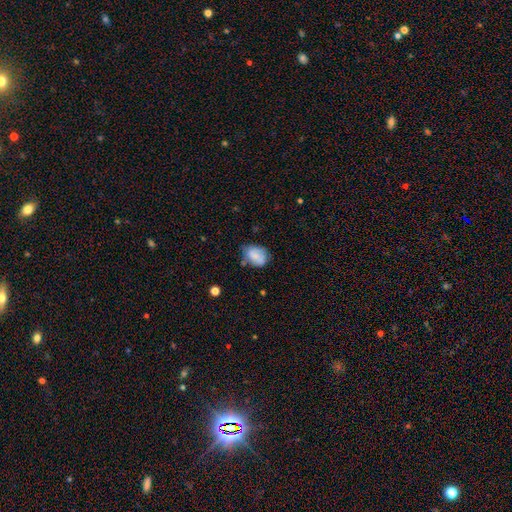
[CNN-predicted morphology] Smooth or featured?
  - smooth: 76% *
  - featured or disk: 16%
  - star or artifact: 8%
How rounded?
  - in between: 68% *
  - round: 31%
  - cigar-shaped: 1%
Merging?
  - none: 54% *
  - minor disturbance: 32%
  - major disturbance: 8%
  - merger: 5%